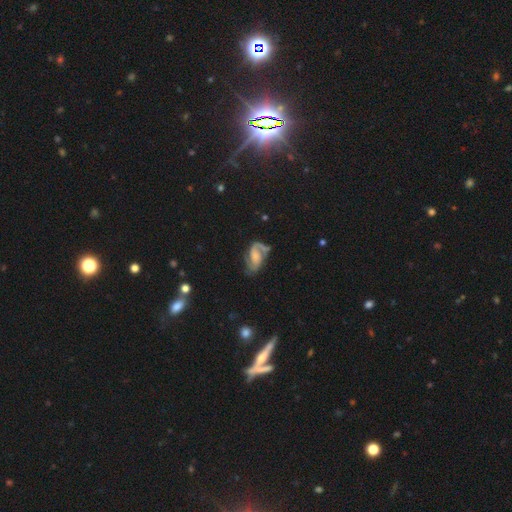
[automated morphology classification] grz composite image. It shows a featured or disk galaxy (76%) with no bar (45%), 2 (73%) medium (46%) spiral arms (92%) and no central bulge (33%). Merging: none (49%).